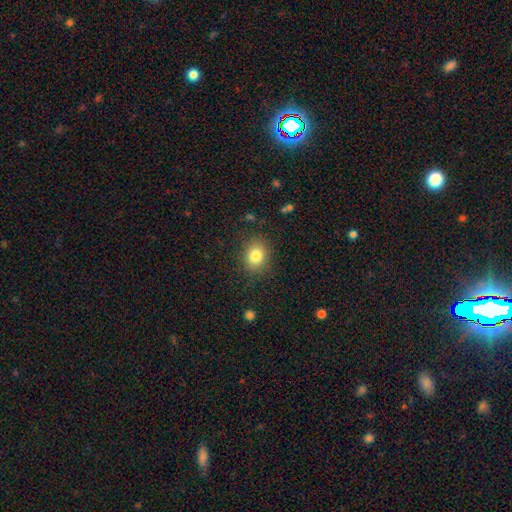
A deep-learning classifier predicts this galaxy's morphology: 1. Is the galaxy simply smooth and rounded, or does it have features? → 82% smooth, 10% star or artifact, 8% featured or disk.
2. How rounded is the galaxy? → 50% round, 49% in between, 1% cigar-shaped.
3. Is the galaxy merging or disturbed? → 85% none, 11% minor disturbance, 4% major disturbance, 1% merger.